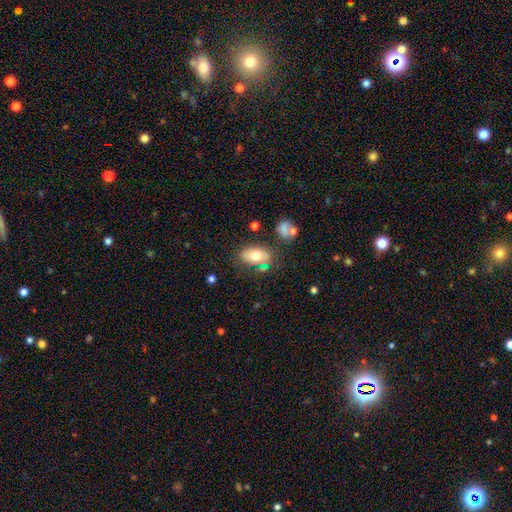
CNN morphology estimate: Smooth or featured: smooth — 71% (featured or disk — 21%)
How rounded: in between — 89% (round — 10%)
Merging: none — 68% (minor disturbance — 19%)